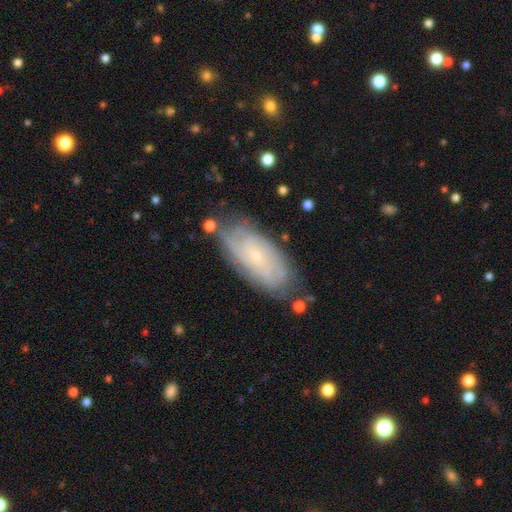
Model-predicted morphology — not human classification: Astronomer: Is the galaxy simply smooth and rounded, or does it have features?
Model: featured or disk — 72%.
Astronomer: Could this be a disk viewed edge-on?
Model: no — 93%.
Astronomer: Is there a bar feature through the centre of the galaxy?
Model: no — 73%.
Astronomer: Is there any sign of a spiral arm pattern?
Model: yes — 91%.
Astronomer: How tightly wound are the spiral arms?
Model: tight — 70%.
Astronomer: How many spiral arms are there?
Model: can't tell — 50%.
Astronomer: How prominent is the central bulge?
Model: small — 81%.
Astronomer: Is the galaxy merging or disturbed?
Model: none — 74%.